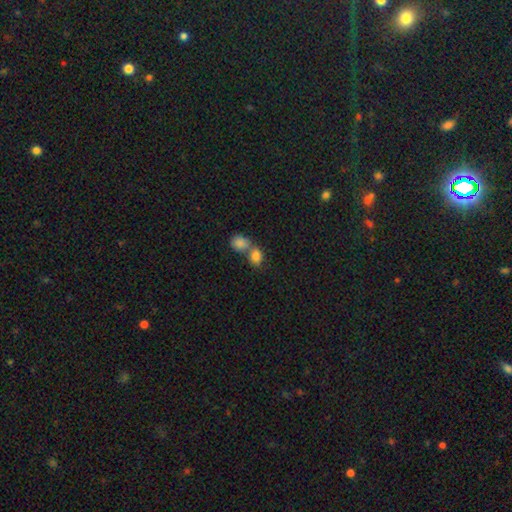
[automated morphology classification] Q: Smooth or featured?
A: smooth (83%); runner-up: star or artifact (9%)
Q: How rounded?
A: in between (54%); runner-up: round (44%)
Q: Merging?
A: merger (59%); runner-up: none (31%)